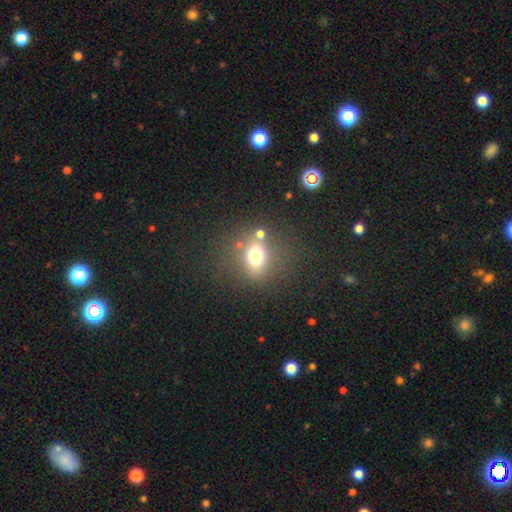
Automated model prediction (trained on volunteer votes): Morphology: type=smooth (68%); roundness=round (55%); merging=none (66%).